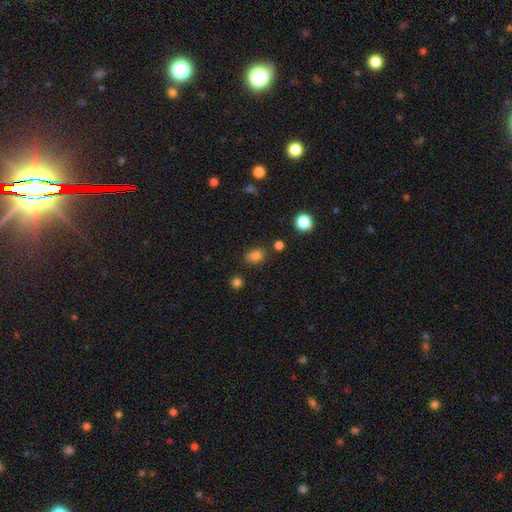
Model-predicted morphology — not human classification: This is likely a smooth galaxy (78%). How rounded: possibly in between (51%). Merging: likely none (66%).